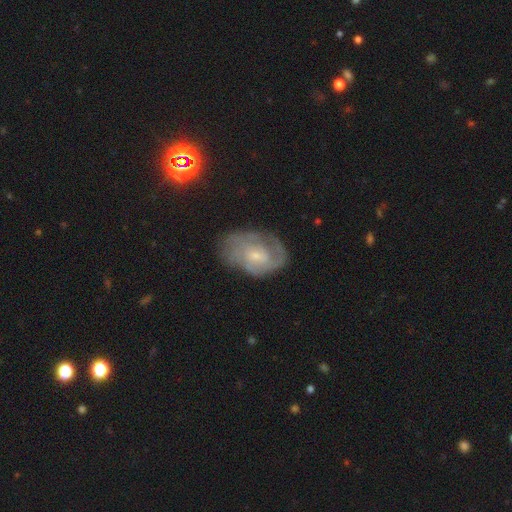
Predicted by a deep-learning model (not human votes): Overall: featured or disk (72%). Edge-on disk: no (97%). Bar: no (60%; weak 34%). Spiral arms: yes (86%). Spiral arm count: can't tell (42%; 2 29%). Spiral winding: tight (50%; medium 37%). Bulge size: small (69%). Merging: none (62%; minor disturbance 23%).